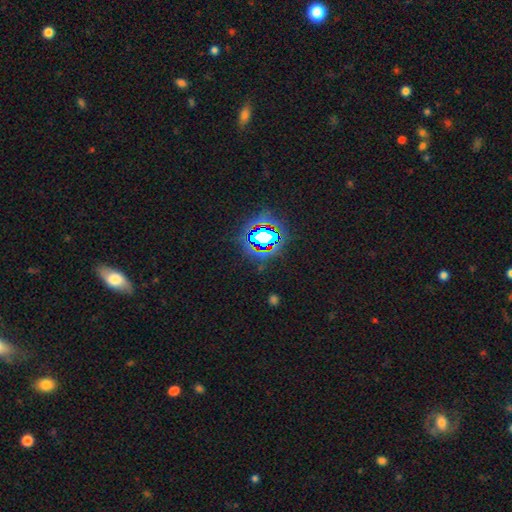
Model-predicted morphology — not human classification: Smooth or featured: star or artifact — 77% (smooth — 15%)